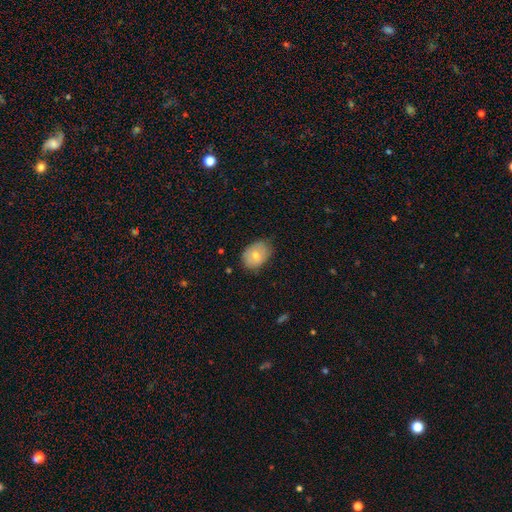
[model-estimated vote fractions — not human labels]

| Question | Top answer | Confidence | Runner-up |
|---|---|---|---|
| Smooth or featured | smooth | 70% | featured or disk (23%) |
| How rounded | in between | 67% | round (32%) |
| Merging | none | 68% | minor disturbance (26%) |